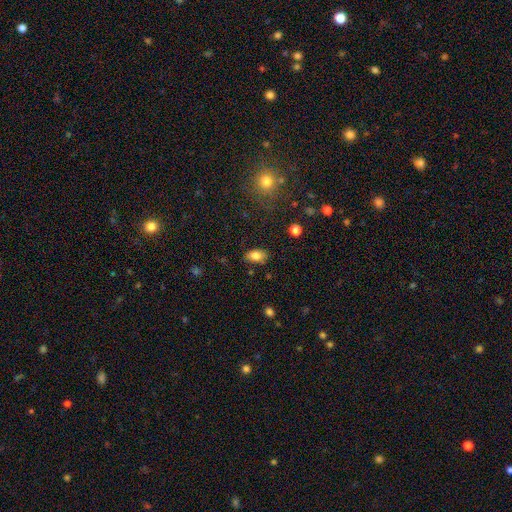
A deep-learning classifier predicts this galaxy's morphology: A smooth galaxy with no disk features (82%) that is in between round and cigar-shaped (90%). Merging: none (82%).